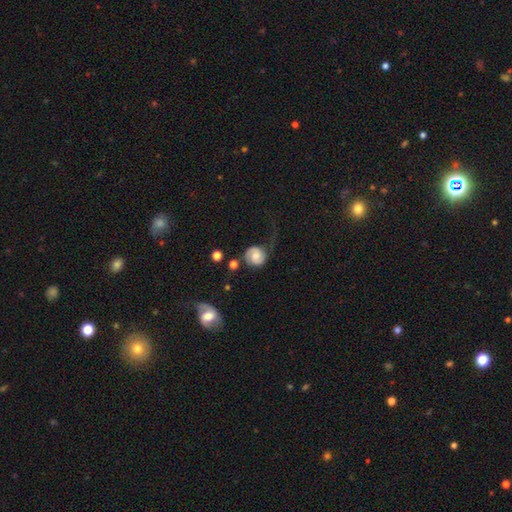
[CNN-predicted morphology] Smooth or featured? featured or disk (54%)
Edge-on disk? no (97%)
Bar? no (64%)
Spiral arms? yes (87%)
Bulge size? moderate (52%)
Merging? none (45%)